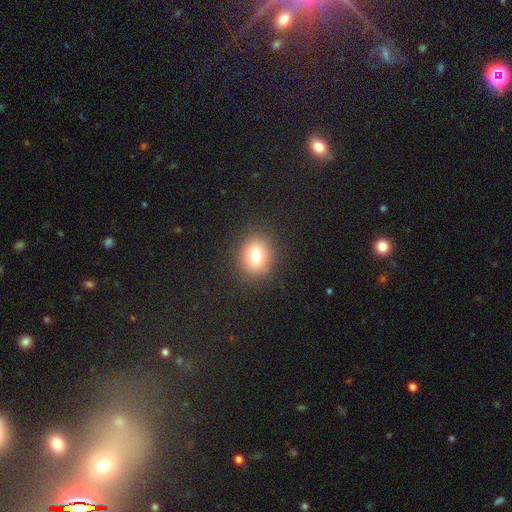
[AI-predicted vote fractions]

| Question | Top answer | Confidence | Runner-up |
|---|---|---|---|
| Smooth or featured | smooth | 77% | star or artifact (14%) |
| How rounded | round | 68% | in between (31%) |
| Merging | none | 88% | minor disturbance (7%) |